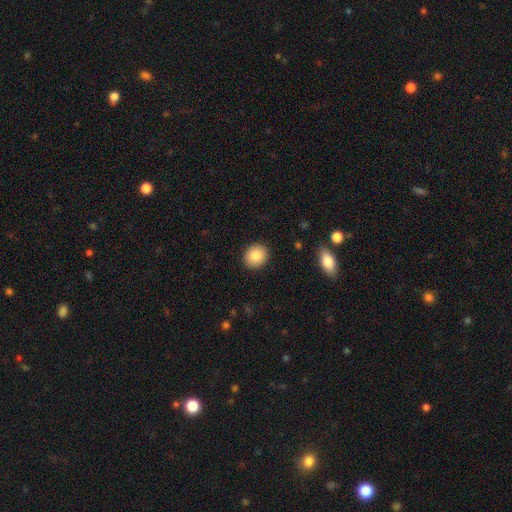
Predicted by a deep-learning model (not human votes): smooth-or-featured: smooth: 86% | star or artifact: 8% | featured or disk: 6%
  how-rounded: round: 69% | in between: 30% | cigar-shaped: 1%
  merging: none: 91% | minor disturbance: 6% | major disturbance: 2% | merger: 1%